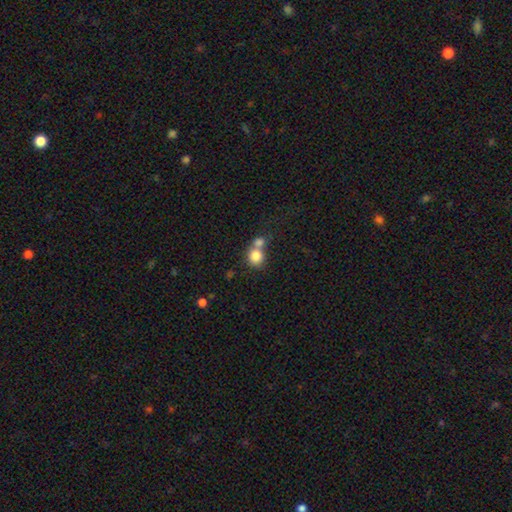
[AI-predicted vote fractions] Overall: smooth (81%). How rounded: round (82%). Merging: merger (52%; none 38%).